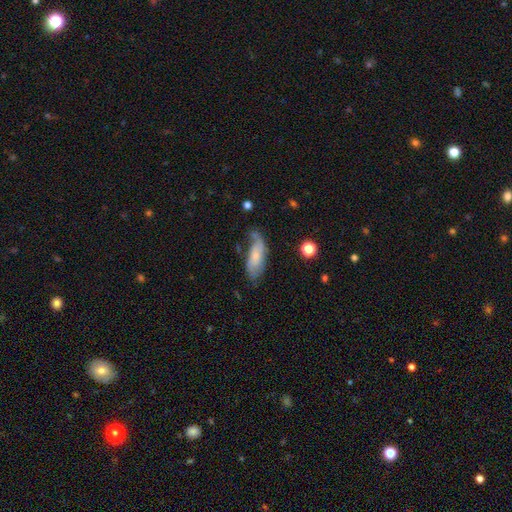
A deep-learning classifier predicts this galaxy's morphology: smooth_or_featured: featured or disk (p=0.47) [alt: smooth p=0.46]
merging: none (p=0.50) [alt: minor disturbance p=0.31]